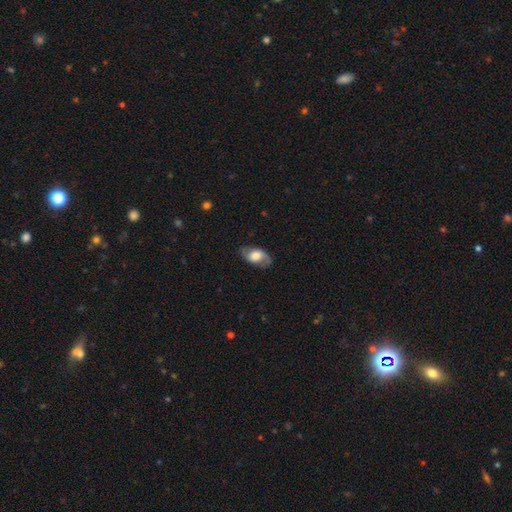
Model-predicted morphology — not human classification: This is possibly a featured or disk galaxy (50%). It is clearly not viewed edge-on (91%). Merging: likely none (76%).